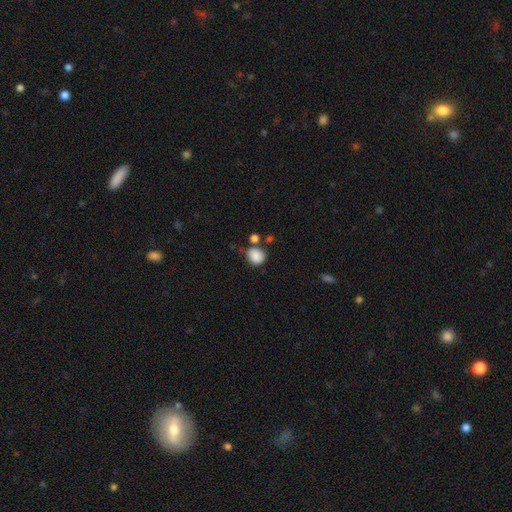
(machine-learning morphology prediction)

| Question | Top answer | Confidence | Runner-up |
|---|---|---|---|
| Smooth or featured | smooth | 86% | star or artifact (9%) |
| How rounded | round | 73% | in between (26%) |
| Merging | none | 59% | minor disturbance (19%) |